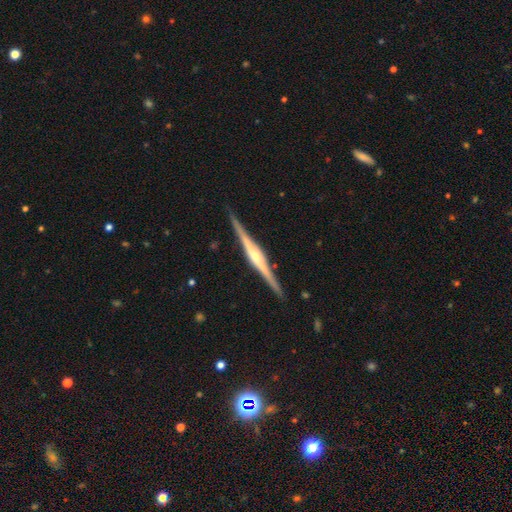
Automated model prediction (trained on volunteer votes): The model was most divided on "edge-on bulge": rounded: 77%, boxy: 15%, none: 9%. More confident: edge-on disk — yes (98%); merging — none (91%); smooth or featured — featured or disk (87%).